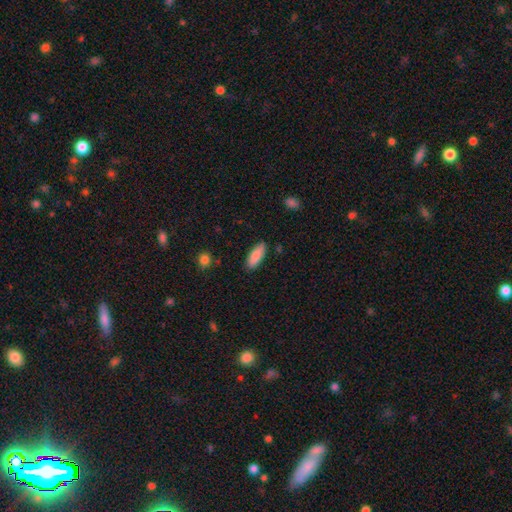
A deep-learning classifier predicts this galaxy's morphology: This appears to be a smooth galaxy with no disk features (88%) that is in between round and cigar-shaped (66%). Merging: none (86%).